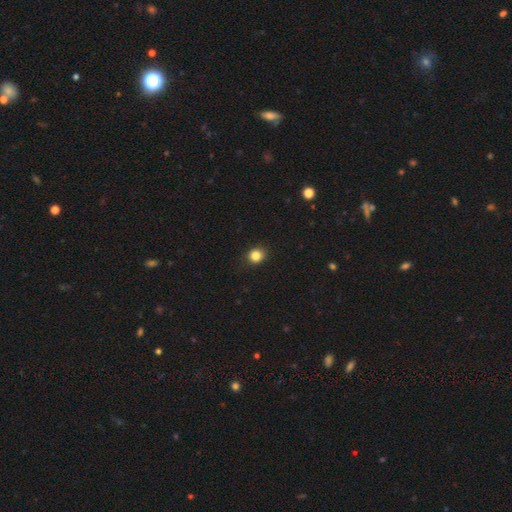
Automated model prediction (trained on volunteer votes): Smooth or featured? Predicted: smooth (p=0.84). How rounded? Predicted: round (p=0.80). Merging? Predicted: none (p=0.89).